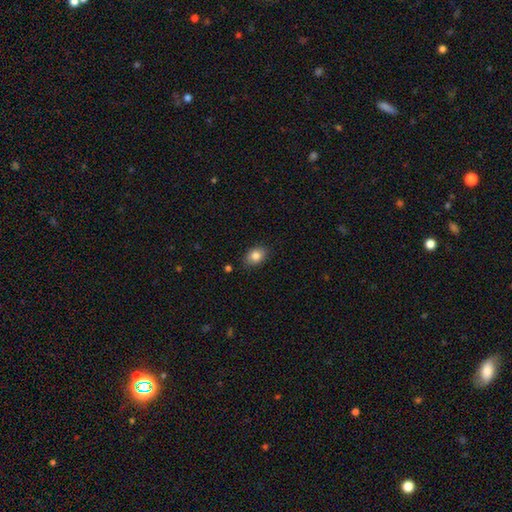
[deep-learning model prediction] This appears to be a smooth galaxy with no disk features (83%) that is in between round and cigar-shaped (73%). Merging: none (85%).